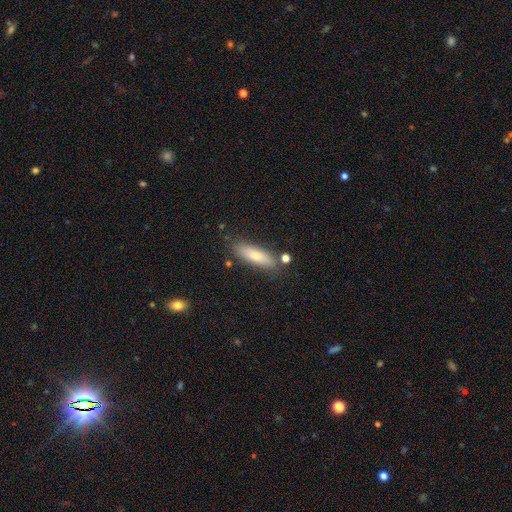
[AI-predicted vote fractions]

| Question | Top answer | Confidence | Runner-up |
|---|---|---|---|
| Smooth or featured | smooth | 73% | featured or disk (20%) |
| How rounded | cigar-shaped | 53% | in between (44%) |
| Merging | none | 79% | minor disturbance (14%) |